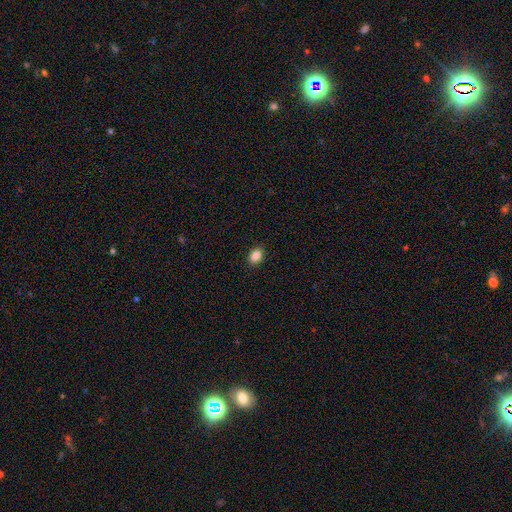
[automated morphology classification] smooth-or-featured: smooth: 87% | star or artifact: 9% | featured or disk: 4%
  how-rounded: in between: 79% | round: 20% | cigar-shaped: 1%
  merging: none: 90% | minor disturbance: 7% | major disturbance: 2% | merger: 1%